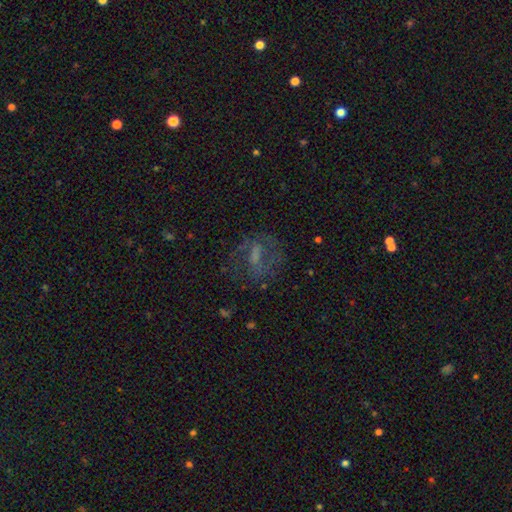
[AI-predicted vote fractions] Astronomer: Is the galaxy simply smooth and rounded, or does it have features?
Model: featured or disk — 54%.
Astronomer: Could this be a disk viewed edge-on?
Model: no — 93%.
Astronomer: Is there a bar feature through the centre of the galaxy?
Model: weak — 43% (runner-up: strong, 33%).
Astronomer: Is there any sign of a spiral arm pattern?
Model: yes — 62% (runner-up: no, 38%).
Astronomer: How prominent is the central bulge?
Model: none — 40% (runner-up: small, 28%).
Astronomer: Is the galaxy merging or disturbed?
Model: none — 64%.